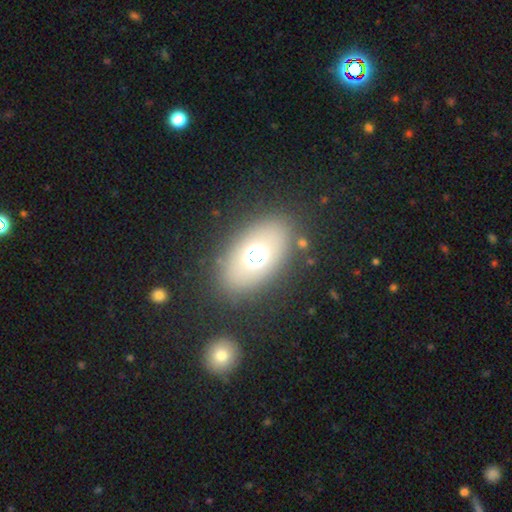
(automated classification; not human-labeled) smooth 59%, featured or disk 23%, star or artifact 18%. Down the decision tree: how rounded — in between (77%); merging — none (81%).